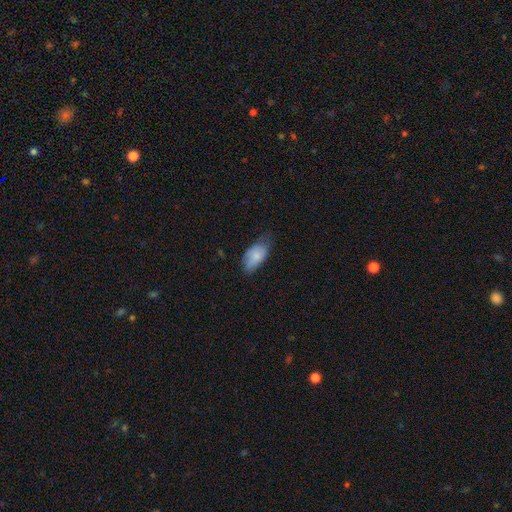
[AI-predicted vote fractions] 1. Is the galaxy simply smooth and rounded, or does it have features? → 79% smooth, 14% featured or disk, 7% star or artifact.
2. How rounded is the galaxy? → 93% in between, 4% cigar-shaped, 3% round.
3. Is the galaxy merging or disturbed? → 51% none, 37% minor disturbance, 10% major disturbance, 2% merger.